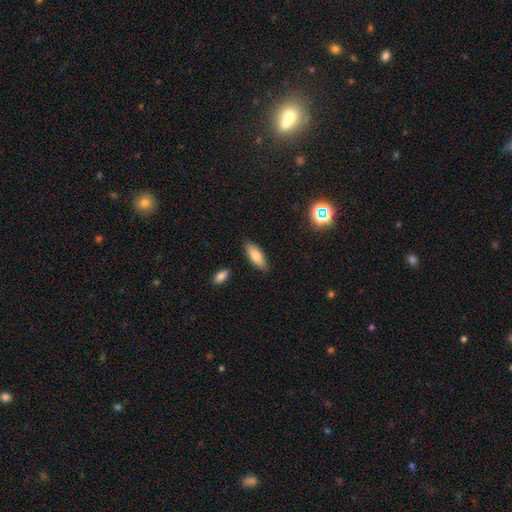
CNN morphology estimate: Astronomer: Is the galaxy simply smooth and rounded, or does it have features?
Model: smooth — 76%.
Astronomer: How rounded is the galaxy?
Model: in between — 73%.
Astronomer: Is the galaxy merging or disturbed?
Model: none — 85%.